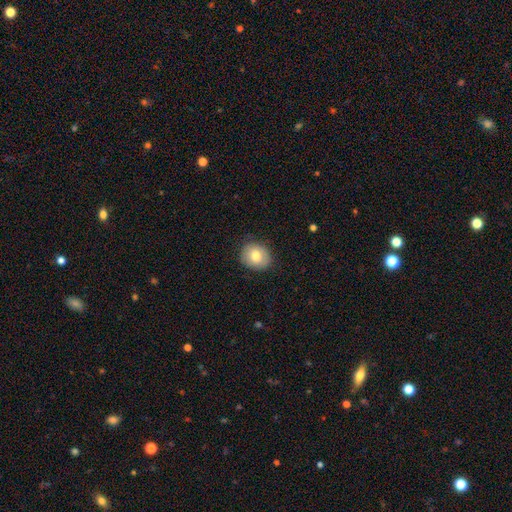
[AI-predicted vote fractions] This is likely a smooth galaxy (75%). How rounded: likely round (72%). Merging: clearly none (83%).